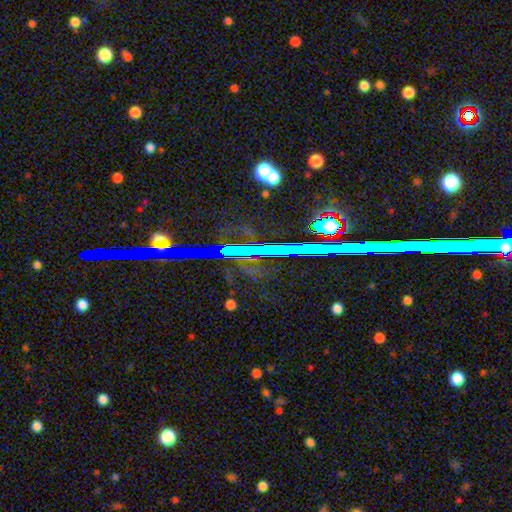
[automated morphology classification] star or artifact 74%, featured or disk 14%, smooth 11%.